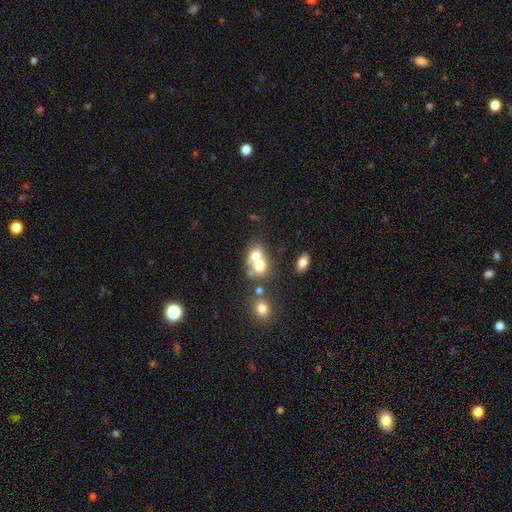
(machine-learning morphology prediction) Smooth or featured?
  - smooth: 65% *
  - featured or disk: 23%
  - star or artifact: 12%
How rounded?
  - round: 56% *
  - in between: 43%
  - cigar-shaped: 1%
Merging?
  - merger: 65% *
  - none: 24%
  - minor disturbance: 7%
  - major disturbance: 4%